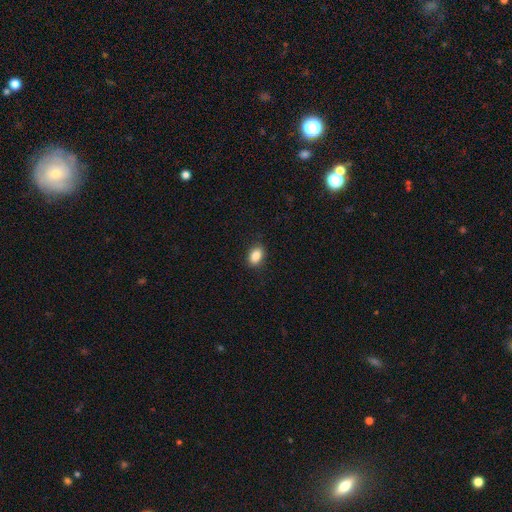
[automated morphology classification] Smooth or featured?
  - smooth: 87% *
  - star or artifact: 9%
  - featured or disk: 5%
How rounded?
  - in between: 82% *
  - round: 17%
  - cigar-shaped: 2%
Merging?
  - none: 87% *
  - minor disturbance: 10%
  - major disturbance: 2%
  - merger: 1%